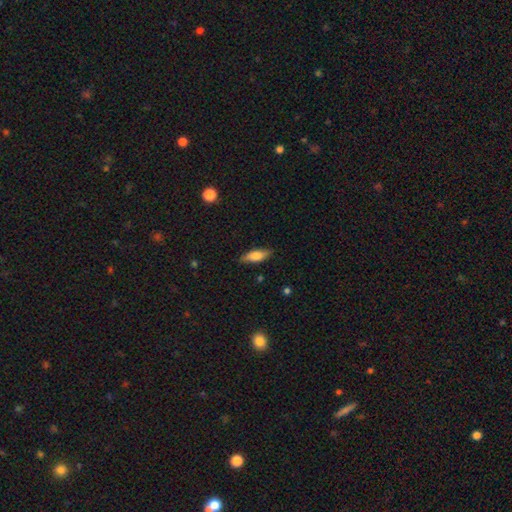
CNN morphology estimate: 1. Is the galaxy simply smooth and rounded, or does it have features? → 78% smooth, 15% featured or disk, 6% star or artifact.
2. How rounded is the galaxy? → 63% in between, 35% cigar-shaped, 2% round.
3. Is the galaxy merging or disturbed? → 82% none, 14% minor disturbance, 3% major disturbance, 1% merger.